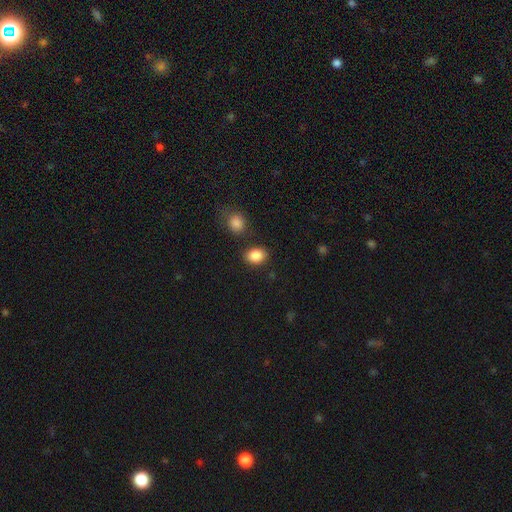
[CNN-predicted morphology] Smooth or featured? Predicted: smooth (p=0.87). How rounded? Predicted: in between (p=0.67). Merging? Predicted: none (p=0.79).